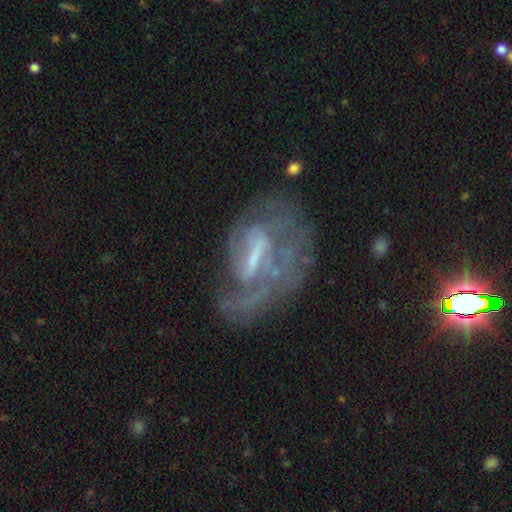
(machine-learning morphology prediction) This is likely a featured or disk galaxy (77%). It is clearly not viewed edge-on (94%). Bar: marginally weak (42%). Spiral arm pattern: likely yes (70%). Spiral arm count: marginally can't tell (34%). Spiral winding: marginally tight (39%). Central bulge: marginally small (36%). Merging: marginally none (43%).